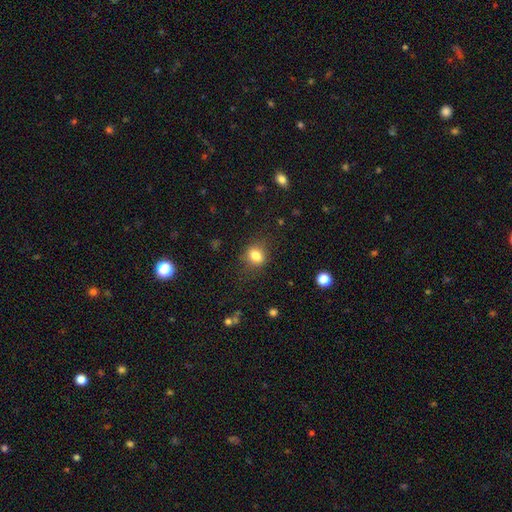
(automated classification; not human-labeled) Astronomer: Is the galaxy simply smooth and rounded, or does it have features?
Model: smooth — 82%.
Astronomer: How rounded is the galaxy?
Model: round — 51% (runner-up: in between, 48%).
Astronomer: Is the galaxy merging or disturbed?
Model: none — 78%.